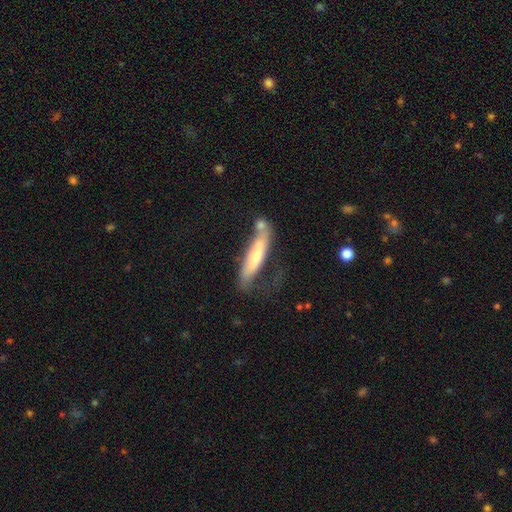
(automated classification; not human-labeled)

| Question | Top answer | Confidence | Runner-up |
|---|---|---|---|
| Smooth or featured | smooth | 53% | featured or disk (41%) |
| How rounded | cigar-shaped | 79% | in between (19%) |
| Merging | none | 40% | minor disturbance (24%) |